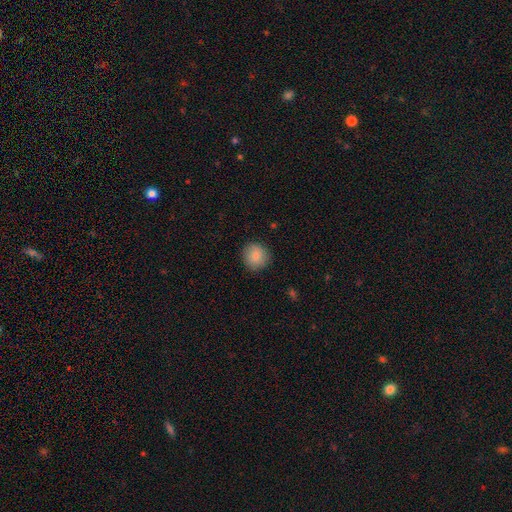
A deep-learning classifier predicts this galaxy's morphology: This is clearly a smooth galaxy (86%). How rounded: clearly round (91%). Merging: clearly none (89%).